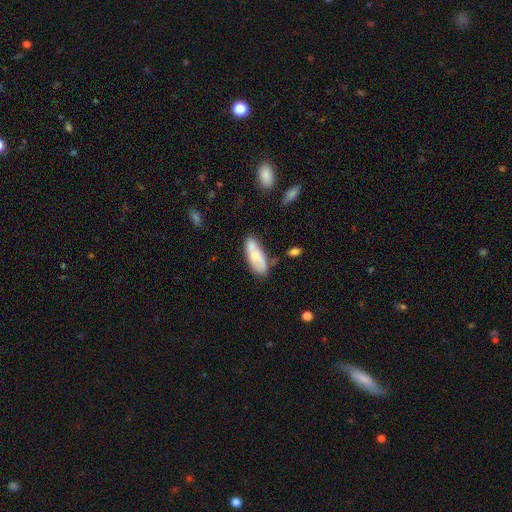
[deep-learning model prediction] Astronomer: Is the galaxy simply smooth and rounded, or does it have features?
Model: smooth — 61%.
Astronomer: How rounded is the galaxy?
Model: in between — 75%.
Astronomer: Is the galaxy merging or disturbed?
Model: none — 71%.